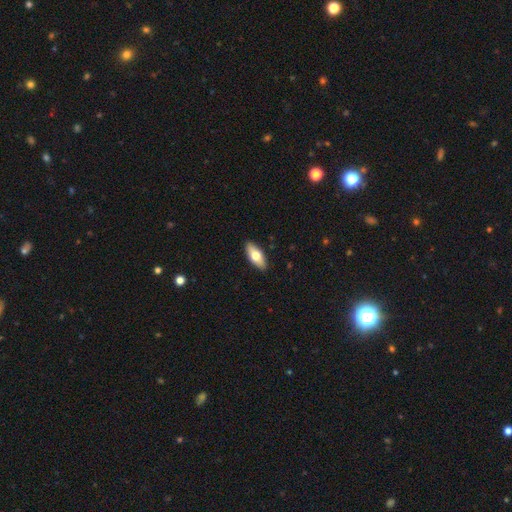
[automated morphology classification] Overall: smooth (69%). How rounded: in between (82%). Merging: none (90%).